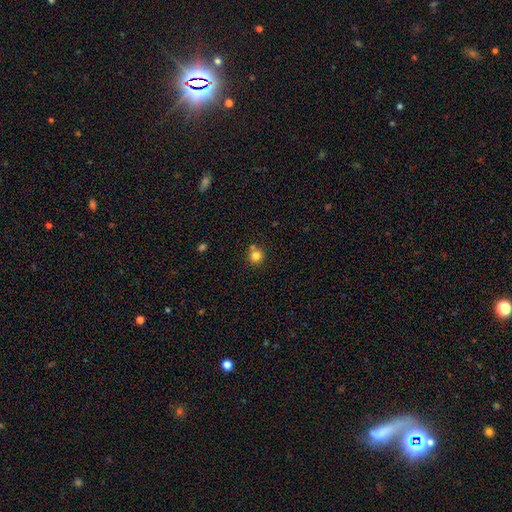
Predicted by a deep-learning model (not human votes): Smooth or featured: smooth — 81% (star or artifact — 12%)
How rounded: round — 92% (in between — 7%)
Merging: none — 71% (merger — 16%)